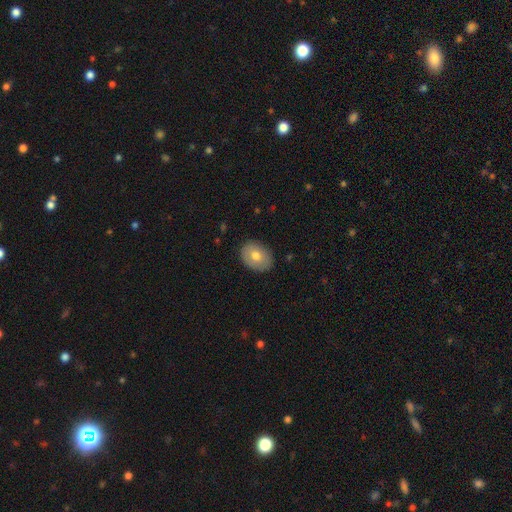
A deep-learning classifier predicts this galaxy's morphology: Q: Smooth or featured?
A: smooth (71%); runner-up: featured or disk (21%)
Q: How rounded?
A: in between (66%); runner-up: round (33%)
Q: Merging?
A: none (85%); runner-up: minor disturbance (12%)